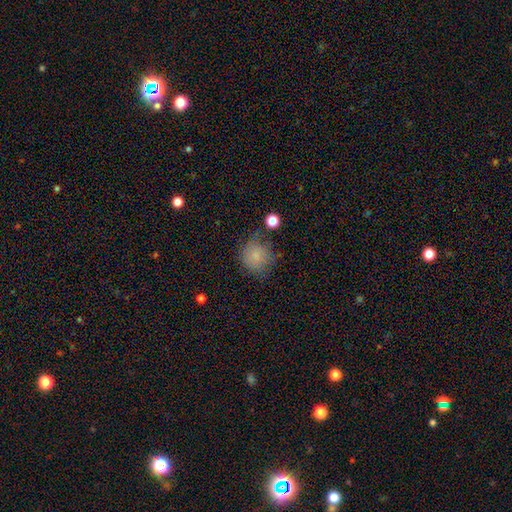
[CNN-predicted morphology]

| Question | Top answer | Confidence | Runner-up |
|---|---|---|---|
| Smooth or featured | smooth | 80% | star or artifact (10%) |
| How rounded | round | 87% | in between (12%) |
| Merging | none | 67% | minor disturbance (22%) |